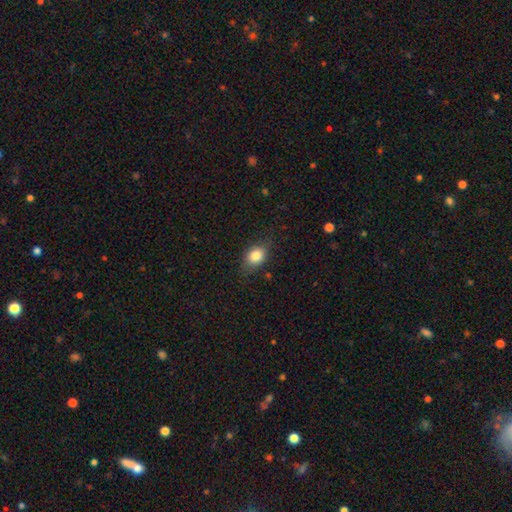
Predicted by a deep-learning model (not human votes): Q: Smooth or featured?
A: smooth (82%); runner-up: featured or disk (10%)
Q: How rounded?
A: in between (67%); runner-up: round (30%)
Q: Merging?
A: none (75%); runner-up: minor disturbance (19%)